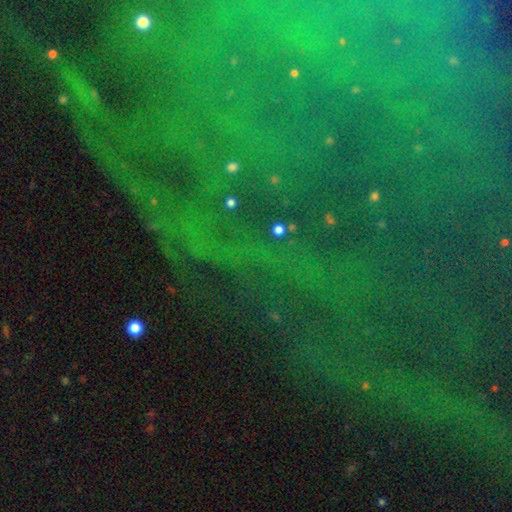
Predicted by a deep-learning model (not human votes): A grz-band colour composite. It shows a star or artifact, not a galaxy (81%).